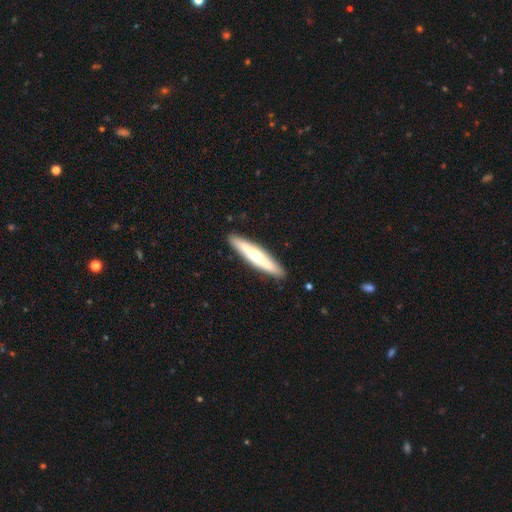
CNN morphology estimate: A featured or disk galaxy (48%).

Vote fractions:
- Smooth or featured? featured or disk: 48% / smooth: 46% / star or artifact: 6%
- Merging? none: 90% / minor disturbance: 7% / major disturbance: 1% / merger: 1%